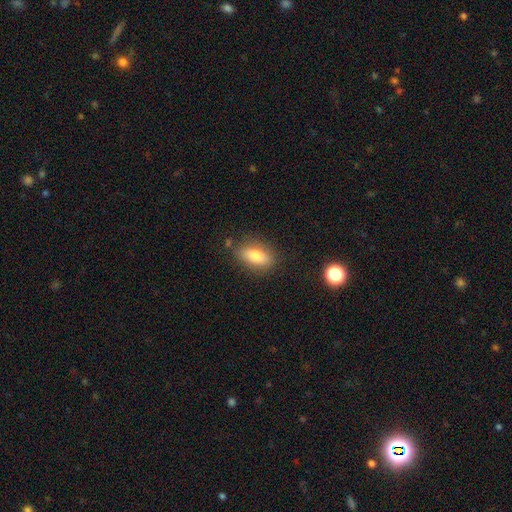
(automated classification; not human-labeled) This is likely a smooth galaxy (80%). How rounded: clearly in between (83%). Merging: clearly none (80%).